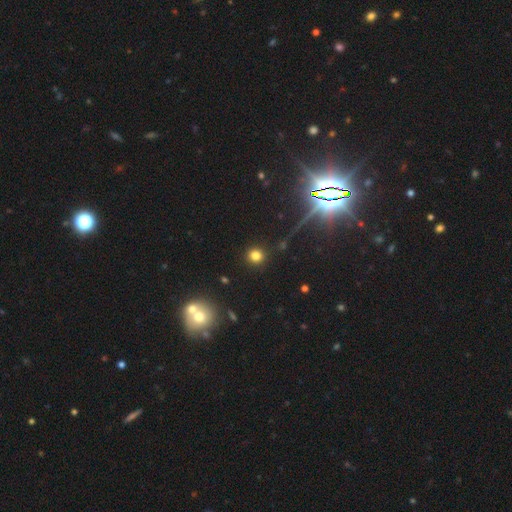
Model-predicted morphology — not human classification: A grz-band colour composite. It shows a smooth galaxy with no disk features (78%) that is round (91%). Merging: none (90%).